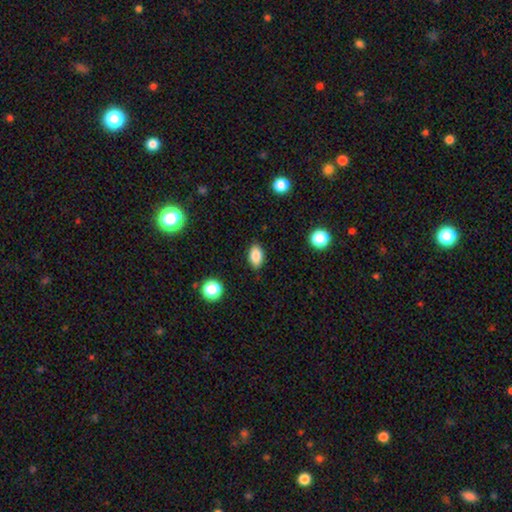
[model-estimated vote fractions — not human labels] The model was most divided on "smooth or featured": smooth: 85%, star or artifact: 9%, featured or disk: 6%. More confident: how rounded — in between (88%); merging — none (87%).